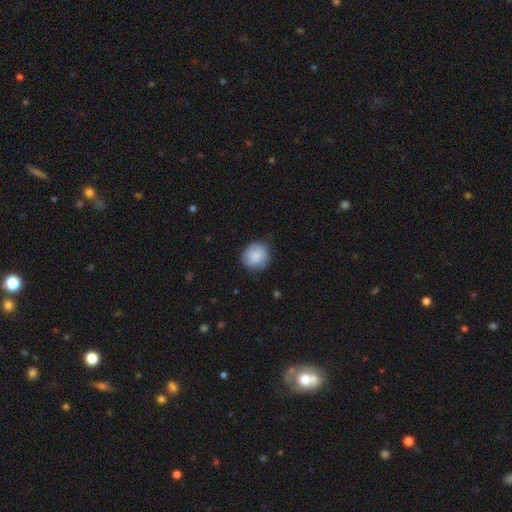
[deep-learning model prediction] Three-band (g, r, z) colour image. It shows a smooth galaxy with no disk features (86%) that is round (85%). Merging: none (76%).